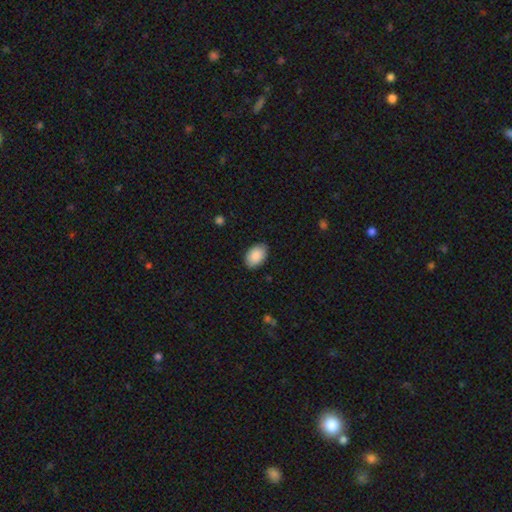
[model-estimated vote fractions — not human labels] The model was most divided on "merging": none: 87%, minor disturbance: 10%, major disturbance: 2%, merger: 1%. More confident: how rounded — in between (89%); smooth or featured — smooth (89%).